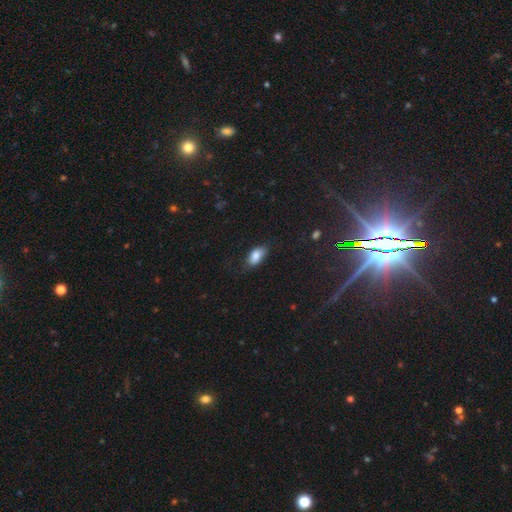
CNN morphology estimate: type=smooth (83%); roundness=in between (92%); merging=none (67%).